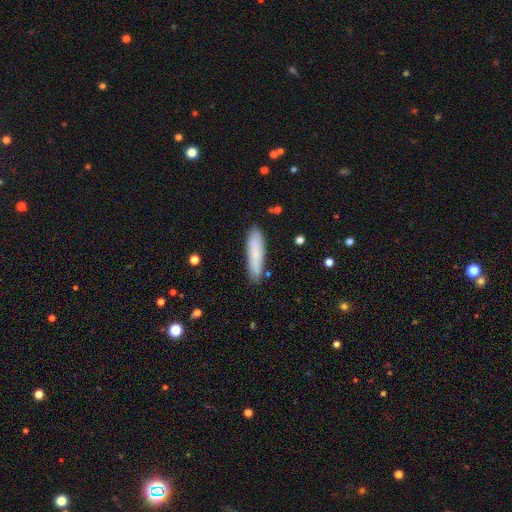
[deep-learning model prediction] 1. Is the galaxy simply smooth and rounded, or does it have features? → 74% smooth, 19% featured or disk, 7% star or artifact.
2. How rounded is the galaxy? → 74% cigar-shaped, 24% in between, 1% round.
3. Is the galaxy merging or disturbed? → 84% none, 12% minor disturbance, 2% major disturbance, 2% merger.